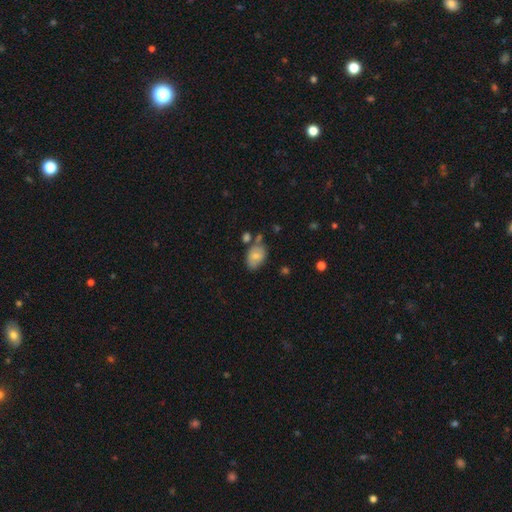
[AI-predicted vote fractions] This is likely a smooth galaxy (73%). How rounded: clearly in between (83%). Merging: possibly none (59%).